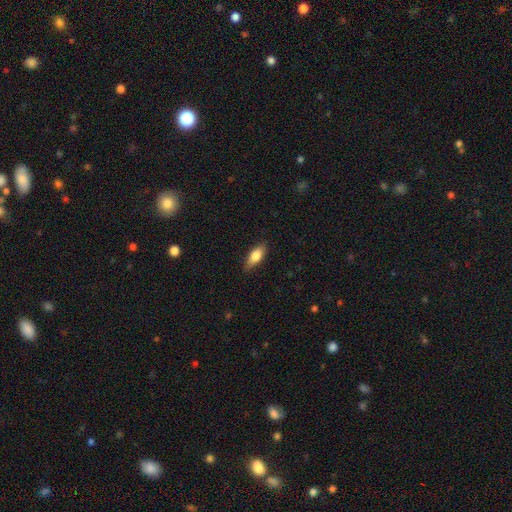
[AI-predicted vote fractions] Morphology: type=smooth (77%); roundness=in between (77%); merging=none (83%).